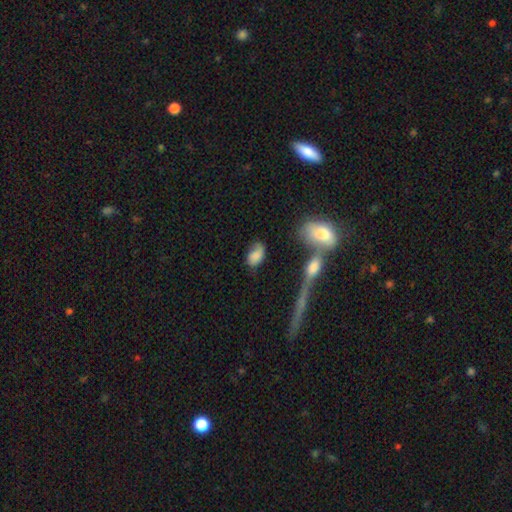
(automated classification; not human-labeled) This is likely a smooth galaxy (77%). How rounded: clearly in between (88%). Merging: possibly none (50%).